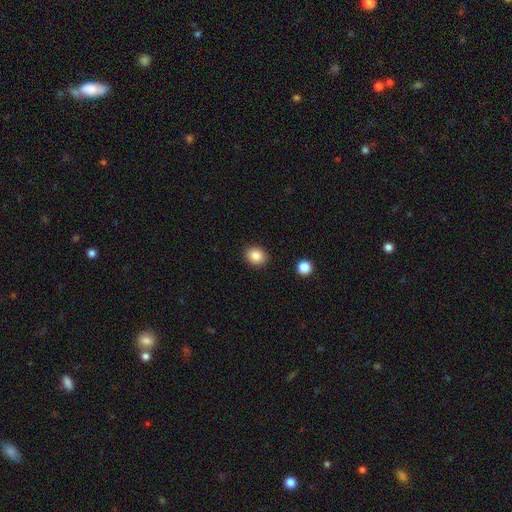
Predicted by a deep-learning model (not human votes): A smooth galaxy with no disk features (85%) that is round (58%). Merging: none (90%).